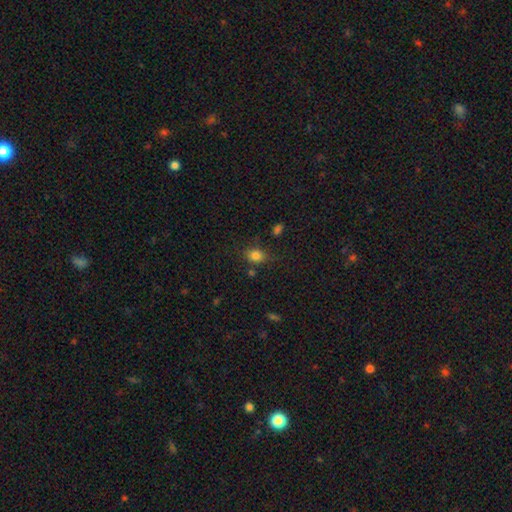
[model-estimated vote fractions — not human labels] smooth_or_featured: smooth (p=0.81) [alt: star or artifact p=0.13]
how_rounded: in between (p=0.50) [alt: round p=0.48]
merging: none (p=0.70) [alt: minor disturbance p=0.19]